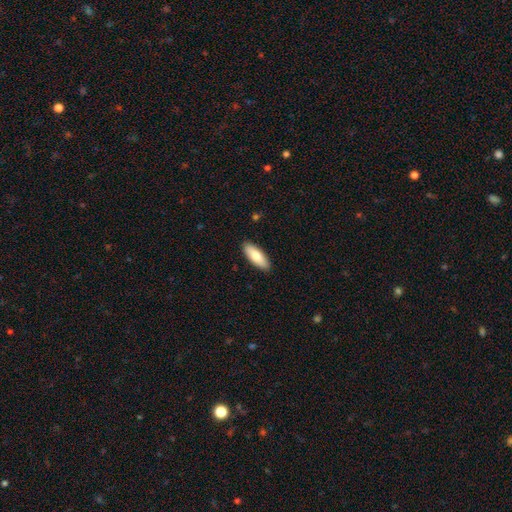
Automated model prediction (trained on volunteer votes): Overall: smooth (76%). How rounded: in between (70%). Merging: none (89%).